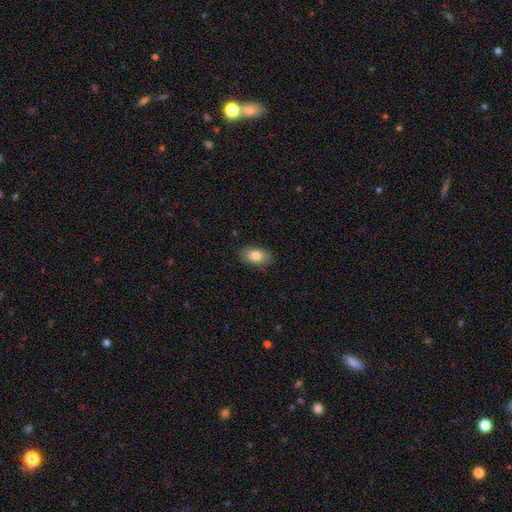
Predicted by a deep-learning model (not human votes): A smooth galaxy with no disk features (83%) that is in between round and cigar-shaped (91%). Merging: none (85%).